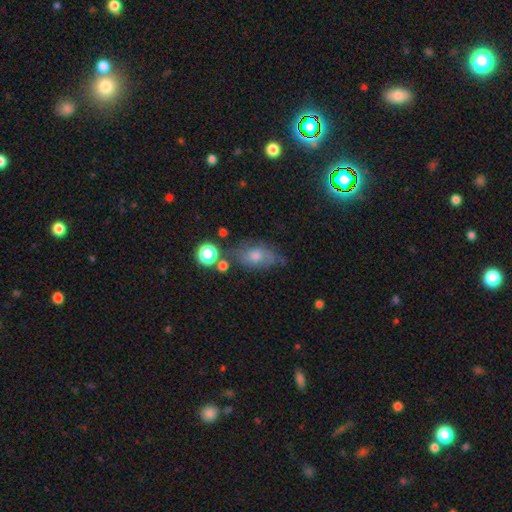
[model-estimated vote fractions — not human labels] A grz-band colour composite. It shows a smooth galaxy with no disk features (51%) that is in between round and cigar-shaped (79%). Merging: none (58%).